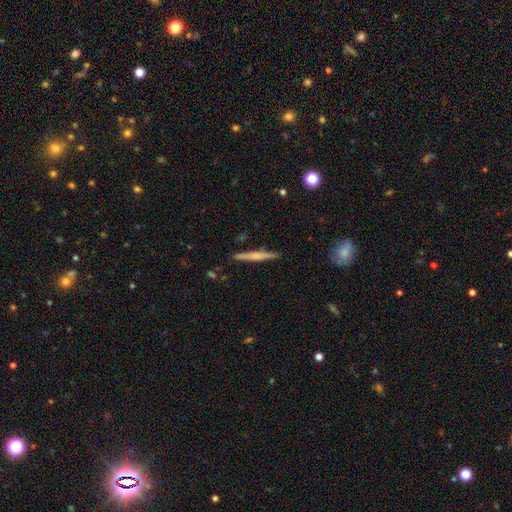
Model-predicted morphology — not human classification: Smooth or featured: featured or disk — 51% (smooth — 43%)
Edge-on disk: yes — 97% (no — 3%)
Merging: none — 90% (minor disturbance — 7%)